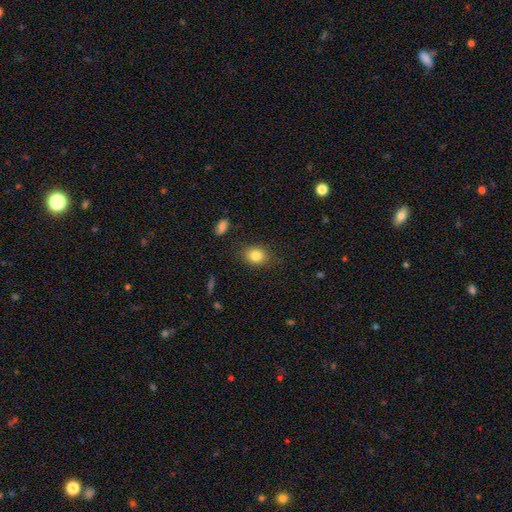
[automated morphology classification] This is clearly a smooth galaxy (83%). How rounded: possibly in between (51%). Merging: clearly none (85%).